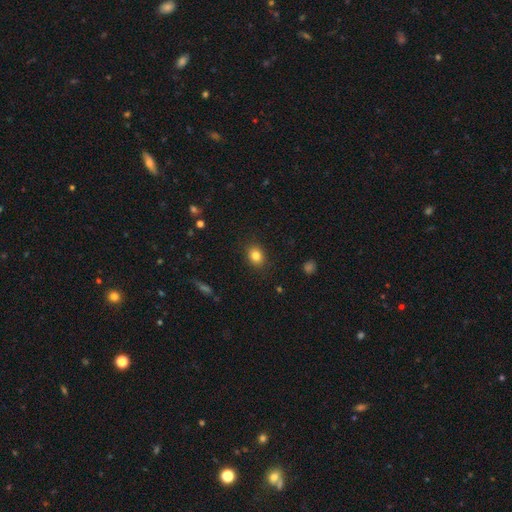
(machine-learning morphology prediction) Overall: smooth (83%). How rounded: round (53%; in between 46%). Merging: none (88%).